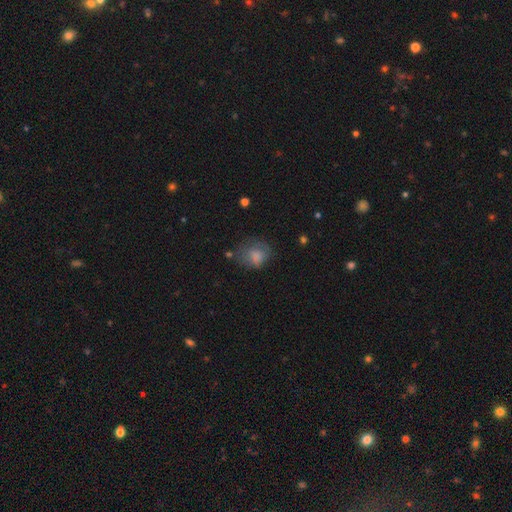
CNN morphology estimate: smooth_or_featured: smooth (p=0.73) [alt: featured or disk p=0.17]
how_rounded: round (p=0.60) [alt: in between p=0.39]
merging: none (p=0.45) [alt: minor disturbance p=0.29]